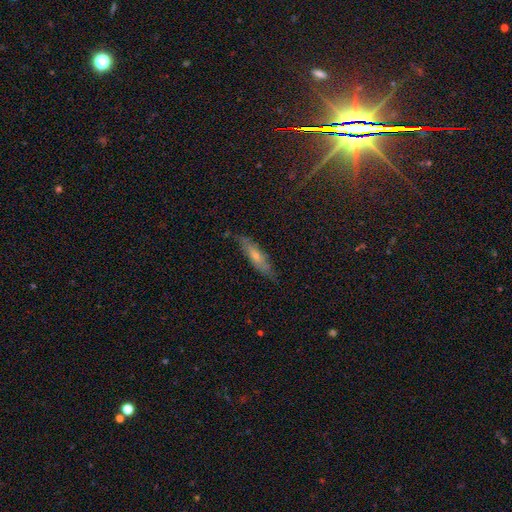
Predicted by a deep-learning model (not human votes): smooth_or_featured: featured or disk (p=0.49) [alt: smooth p=0.39]
merging: none (p=0.81) [alt: minor disturbance p=0.15]